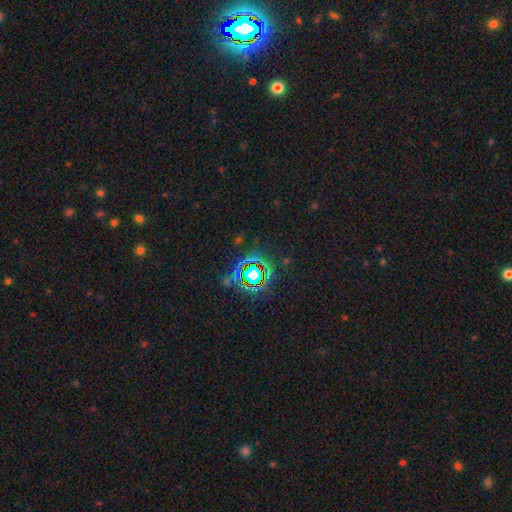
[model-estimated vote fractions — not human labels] Morphology: type=star or artifact (80%).